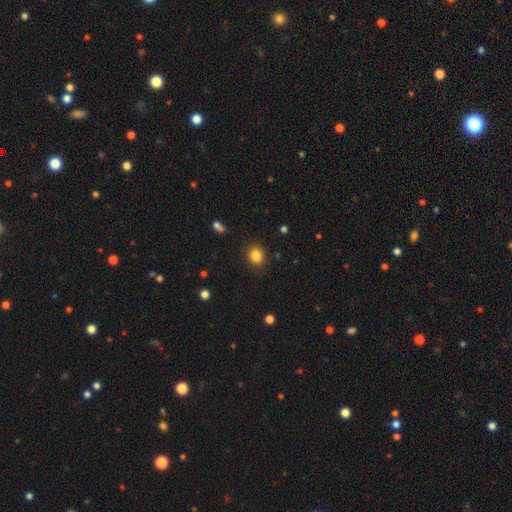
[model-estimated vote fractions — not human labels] Q: Smooth or featured?
A: smooth (85%); runner-up: star or artifact (11%)
Q: How rounded?
A: round (68%); runner-up: in between (31%)
Q: Merging?
A: none (87%); runner-up: minor disturbance (9%)